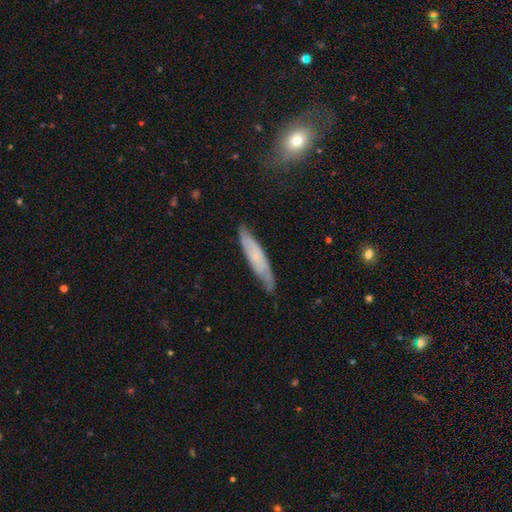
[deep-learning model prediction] featured or disk 47%, smooth 45%, star or artifact 7%. Down the decision tree: merging — none (69%).